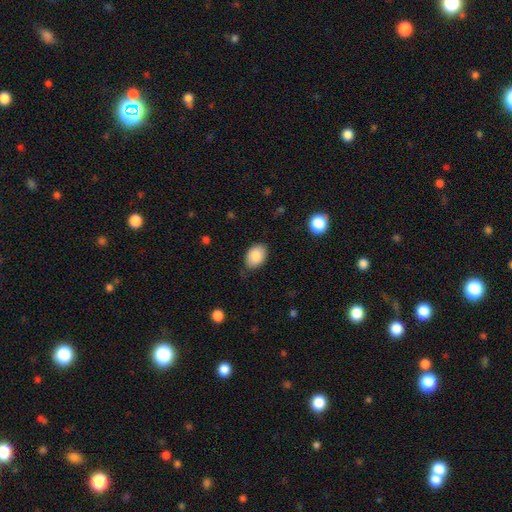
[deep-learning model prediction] Smooth or featured?
  - smooth: 86% *
  - star or artifact: 7%
  - featured or disk: 7%
How rounded?
  - in between: 82% *
  - round: 17%
  - cigar-shaped: 1%
Merging?
  - none: 78% *
  - minor disturbance: 18%
  - major disturbance: 3%
  - merger: 1%